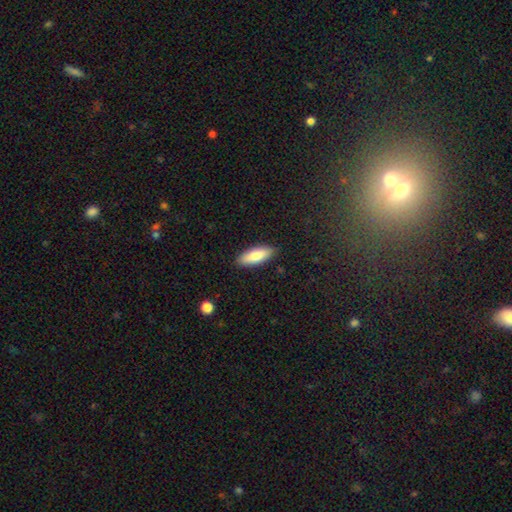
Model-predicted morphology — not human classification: type=smooth (79%); roundness=in between (68%); merging=none (89%).